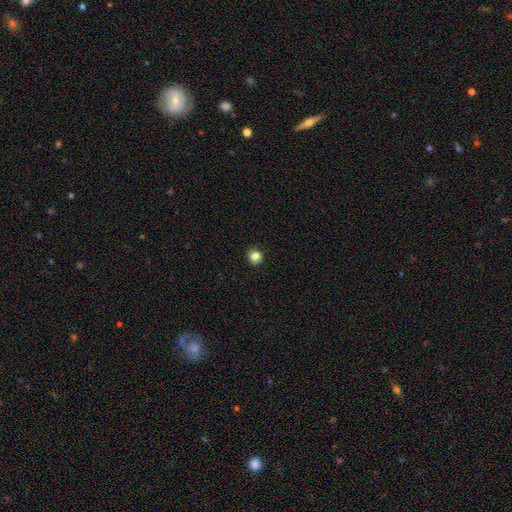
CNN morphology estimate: Smooth or featured?
  - smooth: 84% *
  - star or artifact: 12%
  - featured or disk: 4%
How rounded?
  - round: 85% *
  - in between: 14%
  - cigar-shaped: 1%
Merging?
  - none: 87% *
  - minor disturbance: 9%
  - major disturbance: 2%
  - merger: 1%